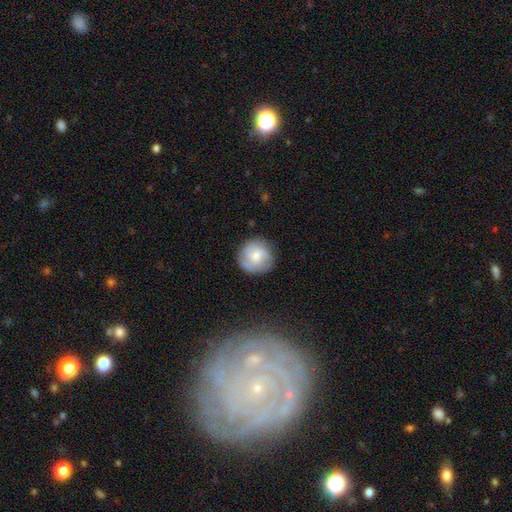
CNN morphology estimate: Smooth or featured? smooth (51%)
How rounded? round (92%)
Merging? none (81%)